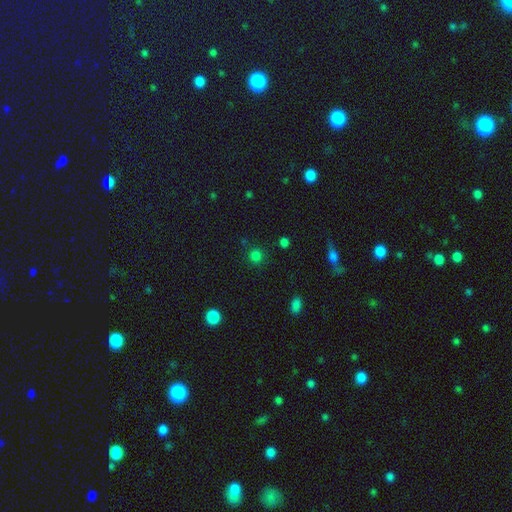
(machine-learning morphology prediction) type=smooth (76%); roundness=round (92%); merging=none (85%).